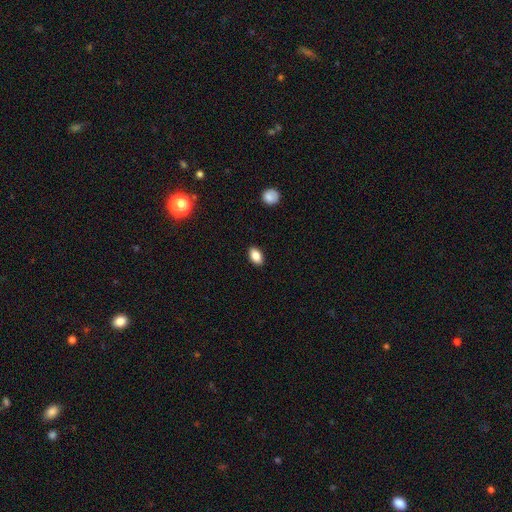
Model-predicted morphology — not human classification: Smooth or featured: smooth — 86% (star or artifact — 8%)
How rounded: in between — 91% (round — 7%)
Merging: none — 89% (minor disturbance — 8%)